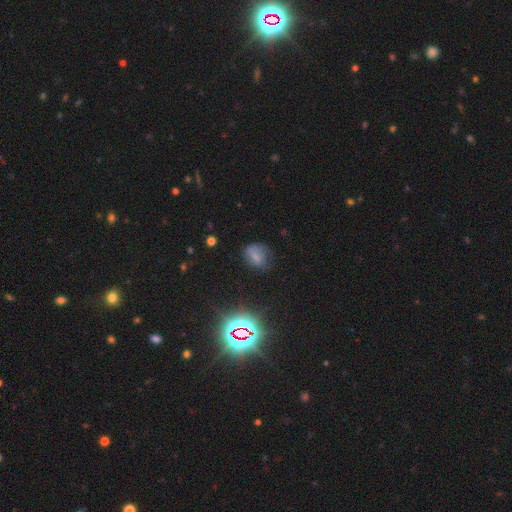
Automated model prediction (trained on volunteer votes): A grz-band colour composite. It shows a smooth galaxy with no disk features (55%) that is in between round and cigar-shaped (58%). Merging: none (52%).